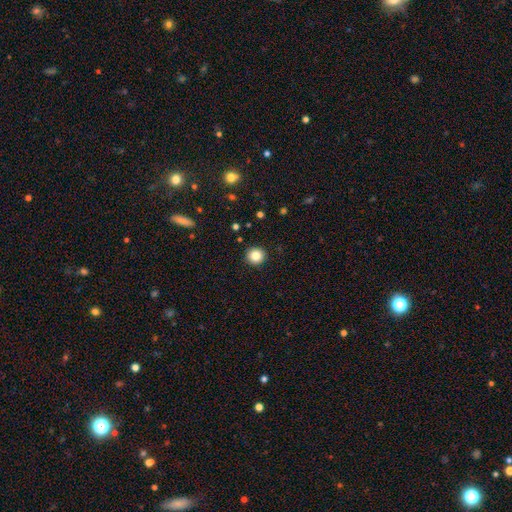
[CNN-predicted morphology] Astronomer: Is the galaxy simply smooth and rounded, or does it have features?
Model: smooth — 84%.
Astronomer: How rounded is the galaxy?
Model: round — 94%.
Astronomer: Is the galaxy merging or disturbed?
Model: none — 93%.